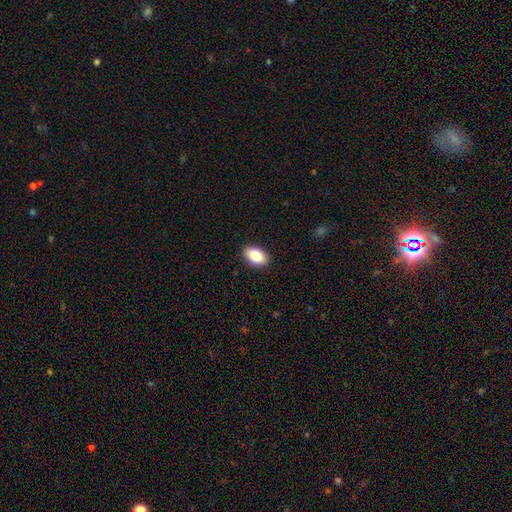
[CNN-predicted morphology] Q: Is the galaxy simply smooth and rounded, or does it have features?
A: smooth — 86%.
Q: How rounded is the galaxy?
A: in between — 91%.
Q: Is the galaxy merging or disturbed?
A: none — 89%.